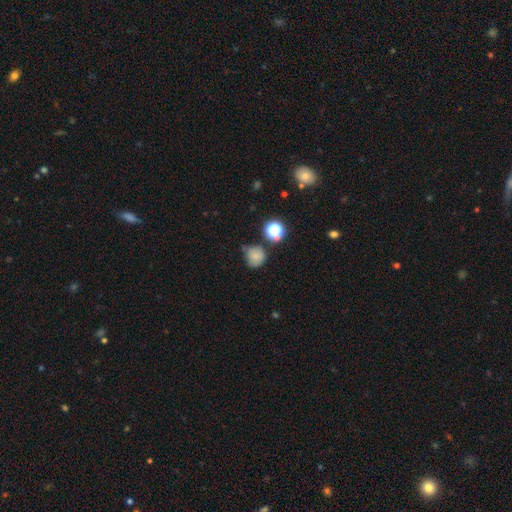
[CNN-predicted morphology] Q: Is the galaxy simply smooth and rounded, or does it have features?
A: smooth — 75%.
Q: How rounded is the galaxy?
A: round — 84%.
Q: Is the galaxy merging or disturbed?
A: none — 58%.